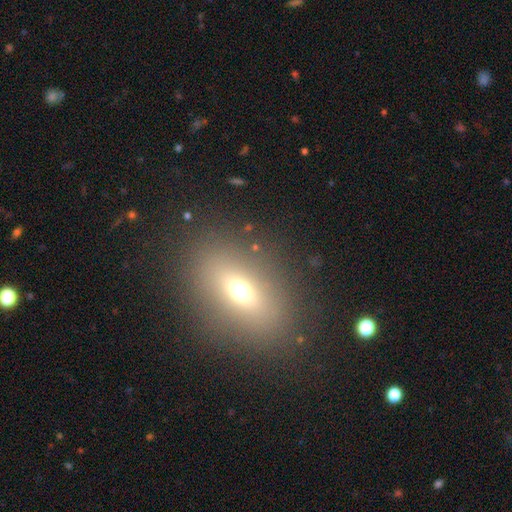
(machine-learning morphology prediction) The model was most divided on "smooth or featured": smooth: 58%, featured or disk: 24%, star or artifact: 18%. More confident: merging — none (86%); how rounded — in between (73%).